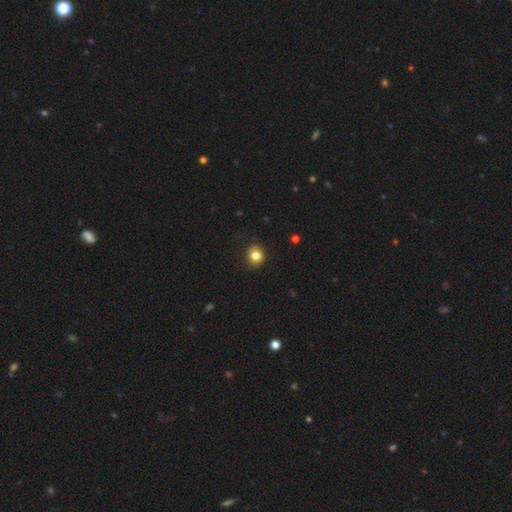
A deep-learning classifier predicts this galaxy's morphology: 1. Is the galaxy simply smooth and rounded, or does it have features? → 82% smooth, 11% star or artifact, 7% featured or disk.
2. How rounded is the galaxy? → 79% round, 20% in between, 1% cigar-shaped.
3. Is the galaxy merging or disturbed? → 87% none, 10% minor disturbance, 2% major disturbance, 1% merger.